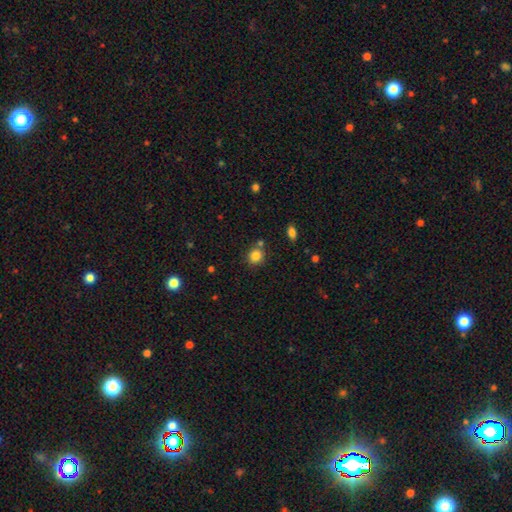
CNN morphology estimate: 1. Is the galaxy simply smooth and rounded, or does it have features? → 84% smooth, 11% star or artifact, 5% featured or disk.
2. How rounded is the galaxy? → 85% round, 14% in between, 1% cigar-shaped.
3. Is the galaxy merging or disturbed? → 76% none, 11% merger, 10% minor disturbance, 3% major disturbance.